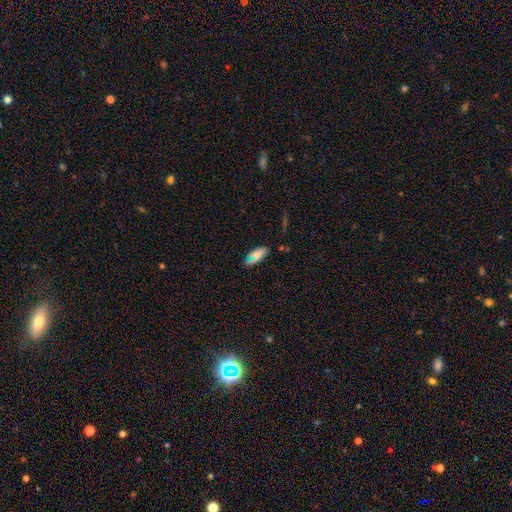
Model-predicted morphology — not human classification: type=smooth (69%); roundness=in between (76%); merging=none (70%).